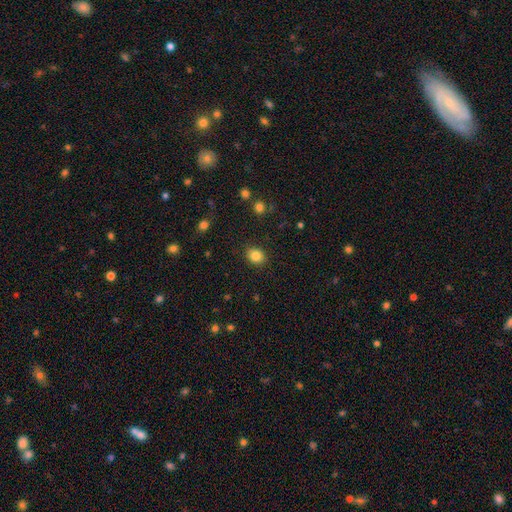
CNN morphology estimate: Smooth or featured? Predicted: smooth (p=0.84). How rounded? Predicted: round (p=0.61). Merging? Predicted: none (p=0.88).